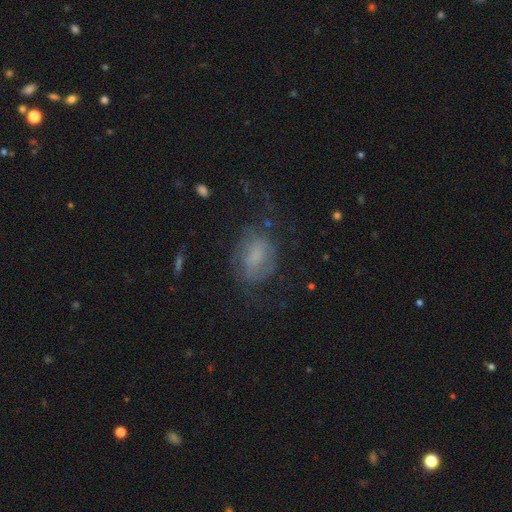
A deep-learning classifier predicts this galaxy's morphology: Smooth or featured? featured or disk (47%)
Merging? none (52%)